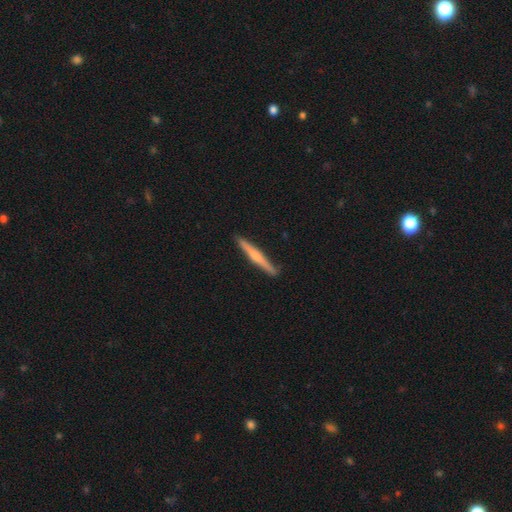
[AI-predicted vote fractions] Smooth or featured? Predicted: featured or disk (p=0.58). Edge-on disk? Predicted: yes (p=0.98). Edge-on bulge? Predicted: rounded (p=0.72). Merging? Predicted: none (p=0.91).